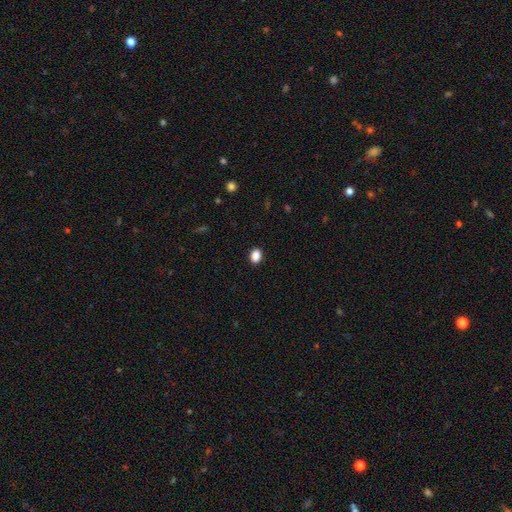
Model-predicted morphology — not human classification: Overall: smooth (88%). How rounded: in between (70%). Merging: none (90%).